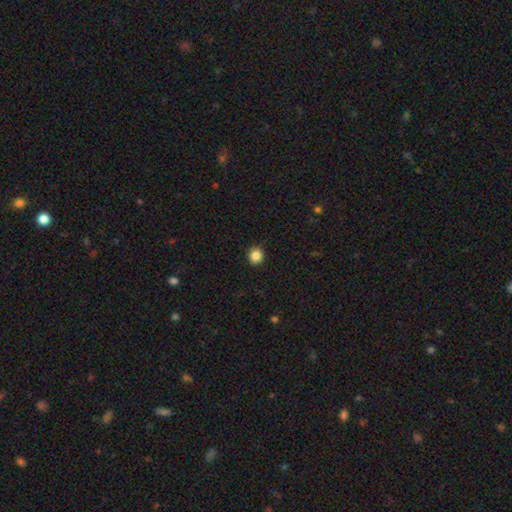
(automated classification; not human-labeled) smooth 86%, star or artifact 10%, featured or disk 3%. Down the decision tree: how rounded — round (89%); merging — none (91%).